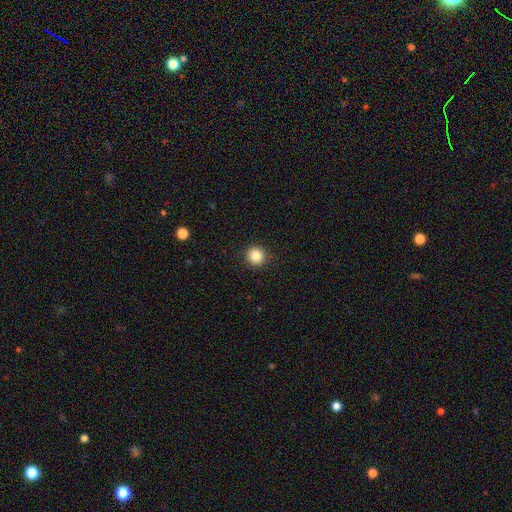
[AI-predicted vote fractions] The model was most divided on "smooth or featured": smooth: 85%, star or artifact: 11%, featured or disk: 5%. More confident: how rounded — round (94%); merging — none (92%).